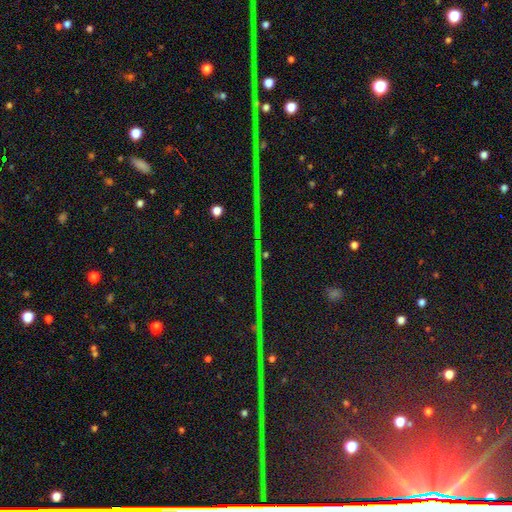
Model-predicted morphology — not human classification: A star or artifact, not a galaxy (75%).